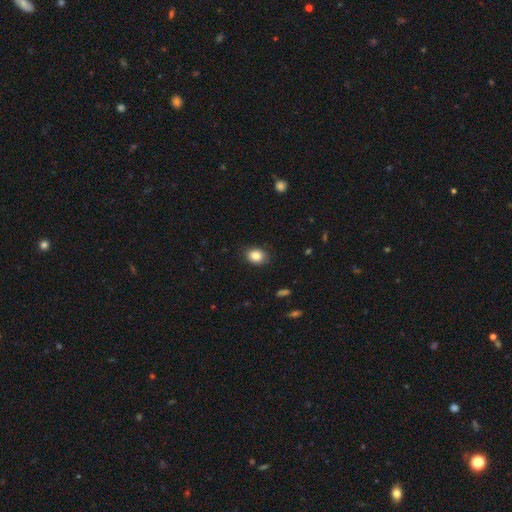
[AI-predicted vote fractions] Overall: smooth (85%). How rounded: in between (60%; round 40%). Merging: none (86%).